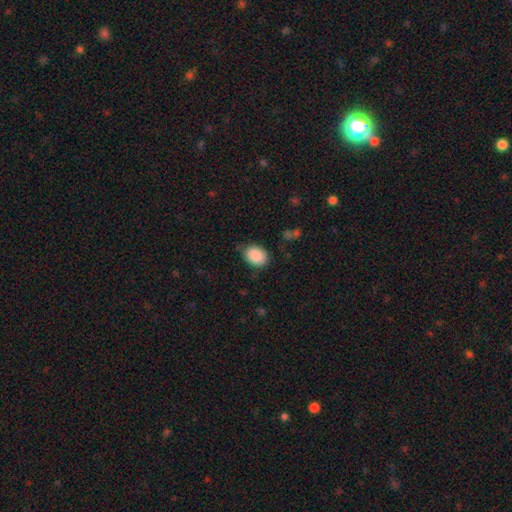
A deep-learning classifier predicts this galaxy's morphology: A smooth galaxy with no disk features (89%) that is in between round and cigar-shaped (64%). Merging: none (82%).